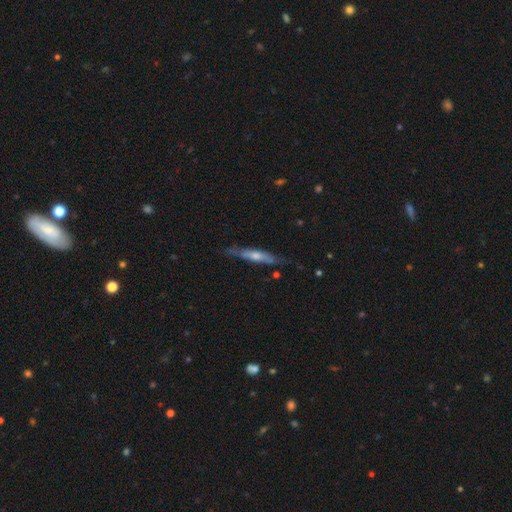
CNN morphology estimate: The model was most divided on "smooth or featured": featured or disk: 57%, smooth: 37%, star or artifact: 6%. More confident: edge-on disk — yes (86%); merging — none (75%).